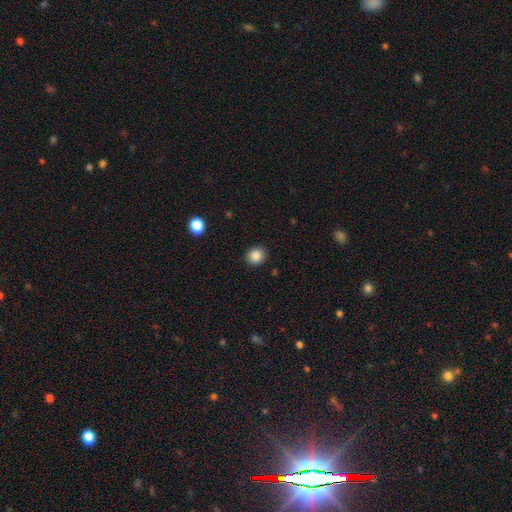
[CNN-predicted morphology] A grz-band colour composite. It shows a smooth galaxy with no disk features (87%) that is round (88%). Merging: none (91%).